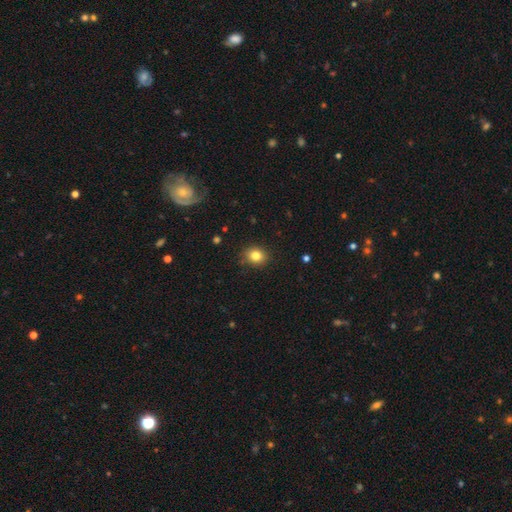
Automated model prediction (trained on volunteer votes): This is clearly a smooth galaxy (82%). How rounded: likely round (66%). Merging: clearly none (88%).